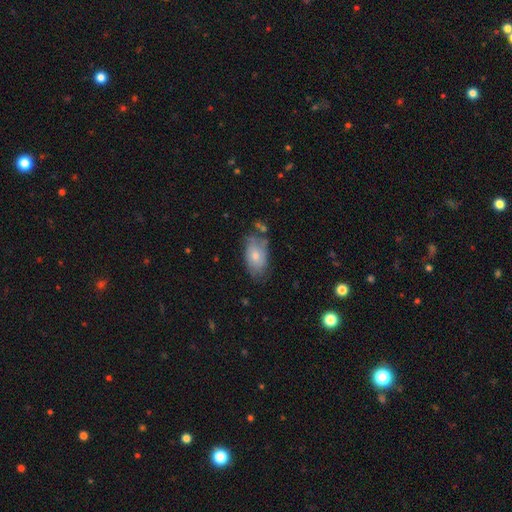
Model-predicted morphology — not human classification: The model was most divided on "merging": none: 56%, minor disturbance: 29%, major disturbance: 9%, merger: 6%. More confident: how rounded — in between (92%); smooth or featured — smooth (68%).